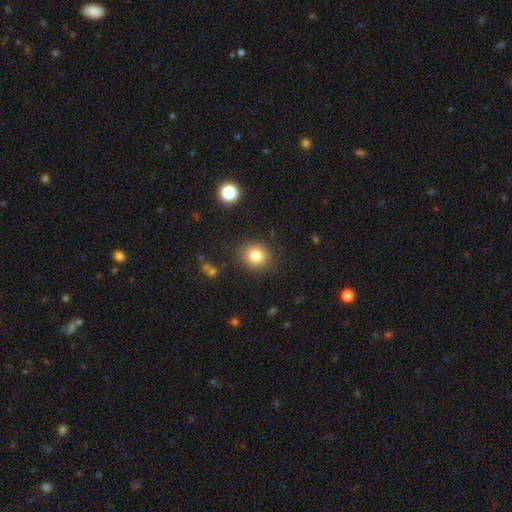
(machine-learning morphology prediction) A smooth galaxy with no disk features (81%) that is round (82%). Merging: none (87%).